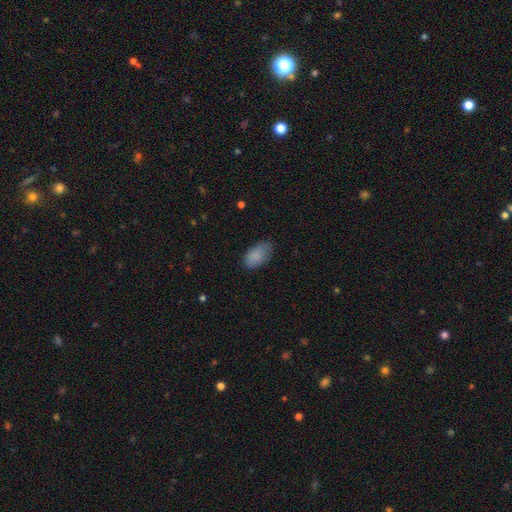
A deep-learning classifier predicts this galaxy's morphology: Q: Smooth or featured?
A: smooth (86%); runner-up: star or artifact (7%)
Q: How rounded?
A: in between (94%); runner-up: round (4%)
Q: Merging?
A: none (67%); runner-up: minor disturbance (26%)